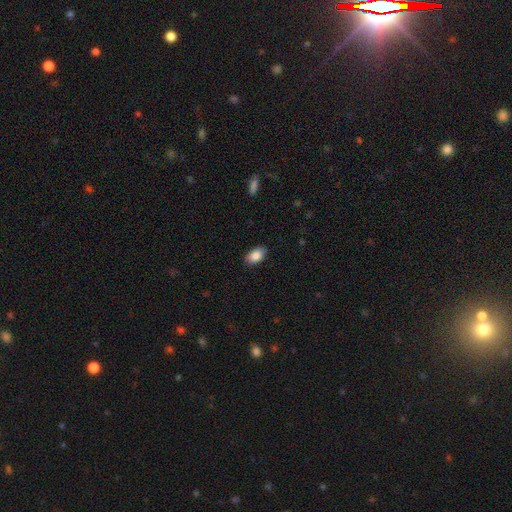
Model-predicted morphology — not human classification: smooth-or-featured: smooth: 86% | star or artifact: 7% | featured or disk: 6%
  how-rounded: in between: 90% | round: 8% | cigar-shaped: 2%
  merging: none: 86% | minor disturbance: 11% | major disturbance: 2% | merger: 1%